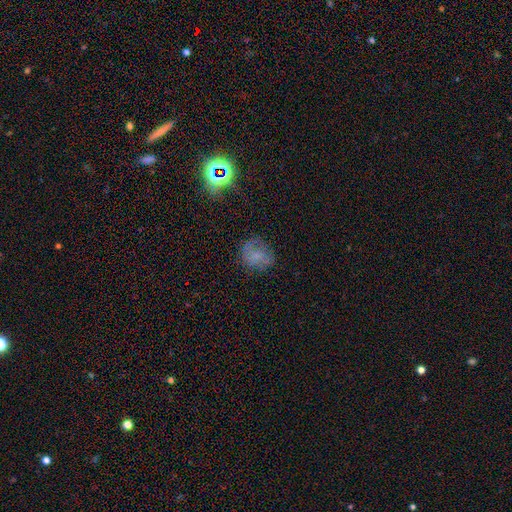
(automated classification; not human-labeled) Smooth or featured: smooth — 54% (featured or disk — 29%)
How rounded: round — 71% (in between — 28%)
Merging: none — 62% (minor disturbance — 22%)